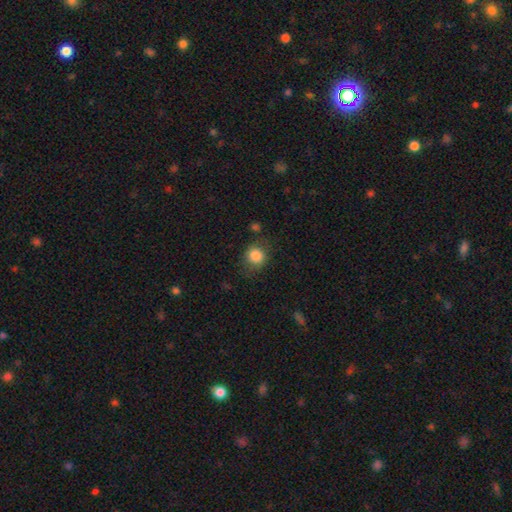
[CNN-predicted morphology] This appears to be a smooth galaxy with no disk features (85%) that is round (79%). Merging: none (74%).